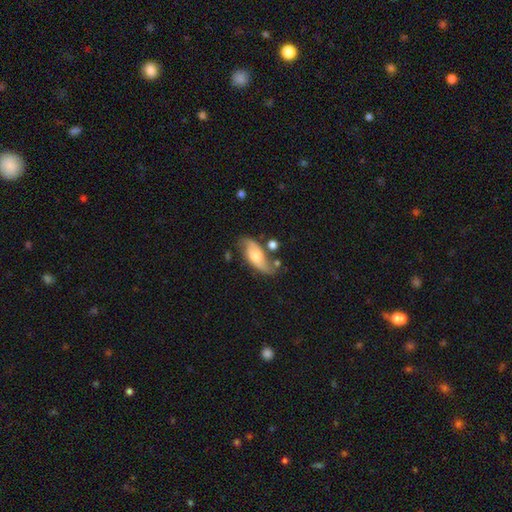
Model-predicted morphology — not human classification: Smooth or featured? featured or disk (57%)
Edge-on disk? no (87%)
Merging? none (57%)